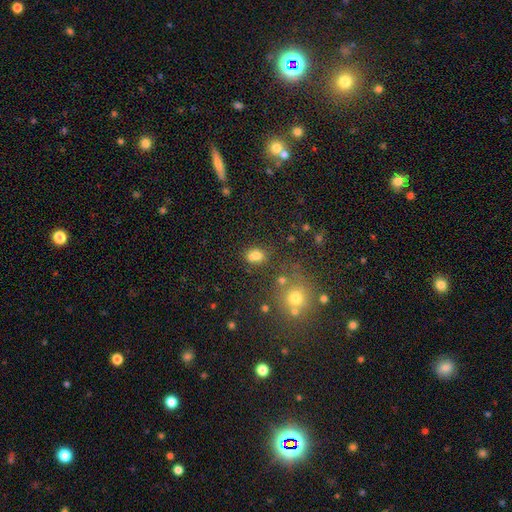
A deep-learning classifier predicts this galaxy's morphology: Q: Smooth or featured?
A: smooth (76%); runner-up: star or artifact (15%)
Q: How rounded?
A: in between (60%); runner-up: round (38%)
Q: Merging?
A: none (61%); runner-up: merger (18%)